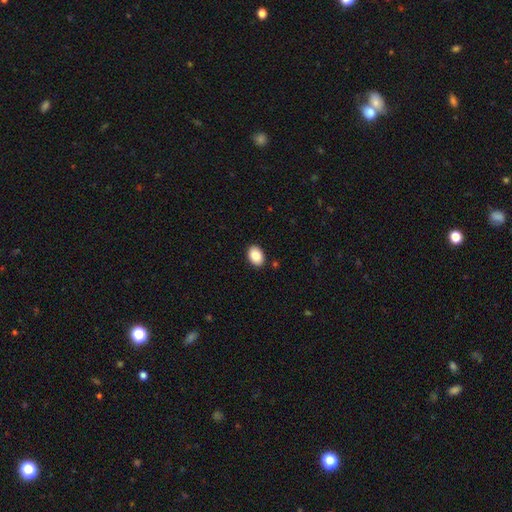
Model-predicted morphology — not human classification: Smooth or featured? Predicted: smooth (p=0.88). How rounded? Predicted: in between (p=0.82). Merging? Predicted: none (p=0.89).